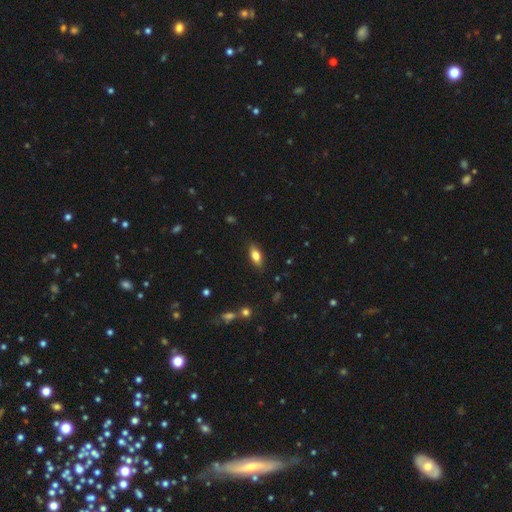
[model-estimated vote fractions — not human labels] smooth_or_featured: smooth (p=0.77) [alt: featured or disk p=0.15]
how_rounded: in between (p=0.84) [alt: cigar-shaped p=0.12]
merging: none (p=0.85) [alt: minor disturbance p=0.11]